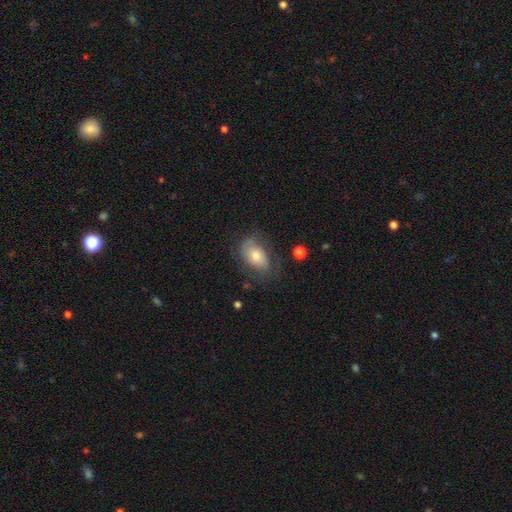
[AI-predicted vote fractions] Morphology: type=smooth (60%); roundness=in between (87%); merging=none (60%).